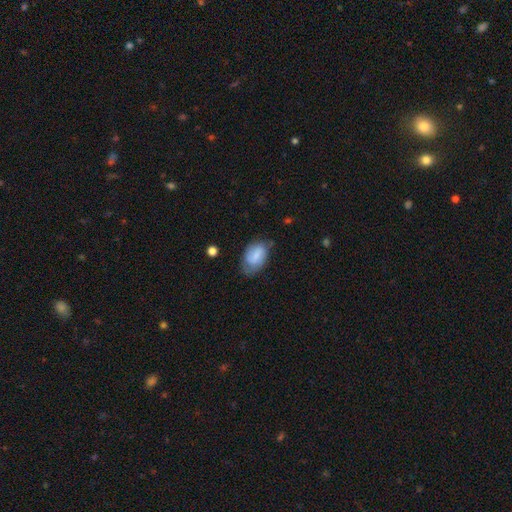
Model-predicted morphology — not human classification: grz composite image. It shows a smooth galaxy with no disk features (64%) that is in between round and cigar-shaped (88%). Merging: none (56%).